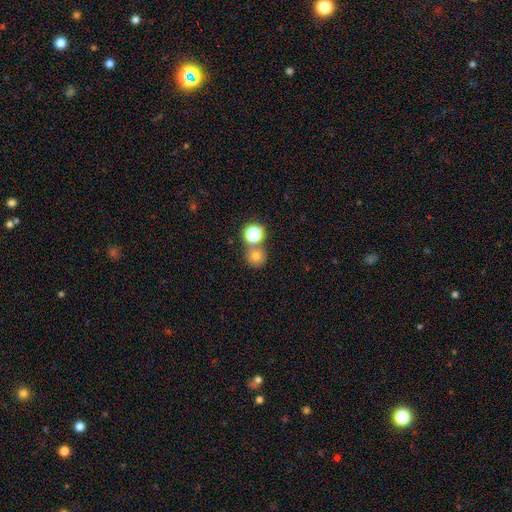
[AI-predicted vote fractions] This appears to be a smooth galaxy with no disk features (73%) that is round (91%). Merging: none (64%).